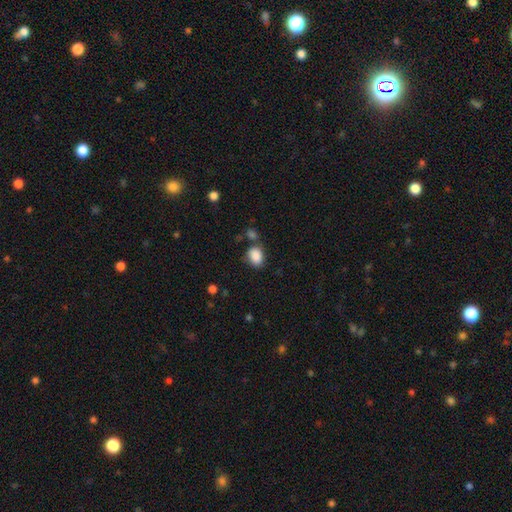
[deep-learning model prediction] smooth 87%, star or artifact 8%, featured or disk 4%. Down the decision tree: how rounded — in between (65%); merging — none (65%).